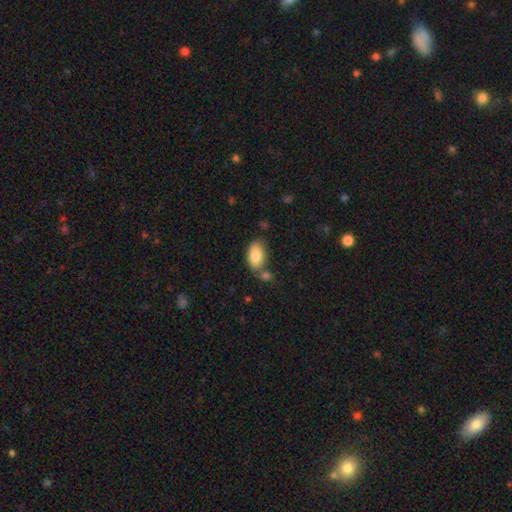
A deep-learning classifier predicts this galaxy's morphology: type=smooth (85%); roundness=in between (93%); merging=none (62%).